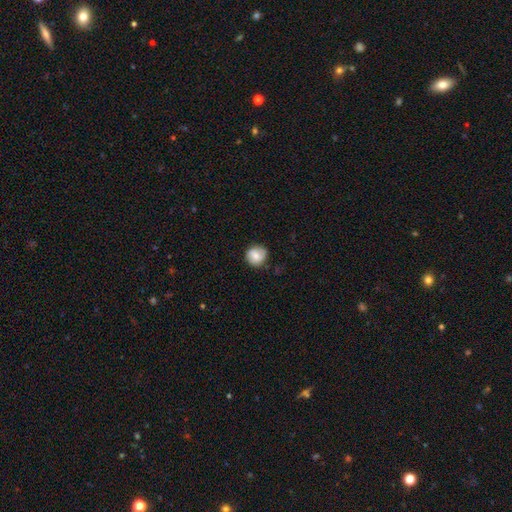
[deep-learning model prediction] smooth-or-featured: smooth: 69% | featured or disk: 23% | star or artifact: 8%
  how-rounded: round: 90% | in between: 9% | cigar-shaped: 1%
  merging: none: 78% | minor disturbance: 17% | major disturbance: 4% | merger: 1%